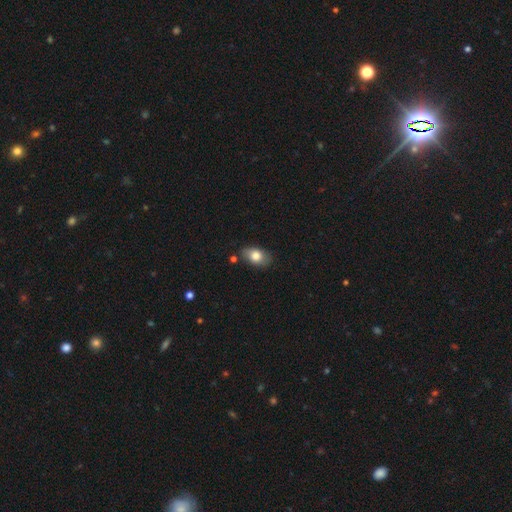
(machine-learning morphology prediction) Smooth or featured? smooth (79%)
How rounded? in between (87%)
Merging? none (76%)